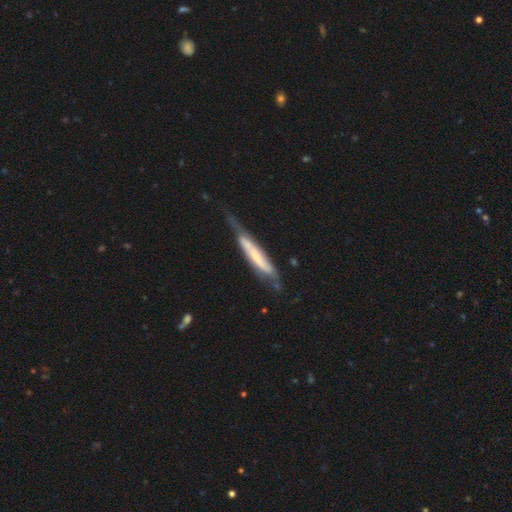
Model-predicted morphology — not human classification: smooth_or_featured: featured or disk (p=0.57) [alt: smooth p=0.37]
disk_edge_on: yes (p=0.67) [alt: no p=0.33]
merging: none (p=0.41) [alt: minor disturbance p=0.35]